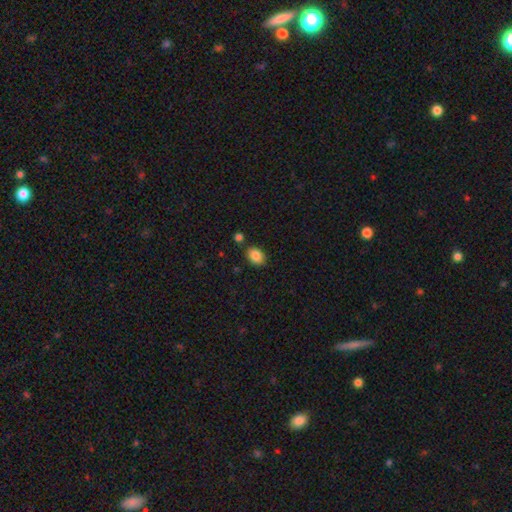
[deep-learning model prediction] smooth 87%, star or artifact 8%, featured or disk 5%. Down the decision tree: how rounded — in between (75%); merging — none (82%).